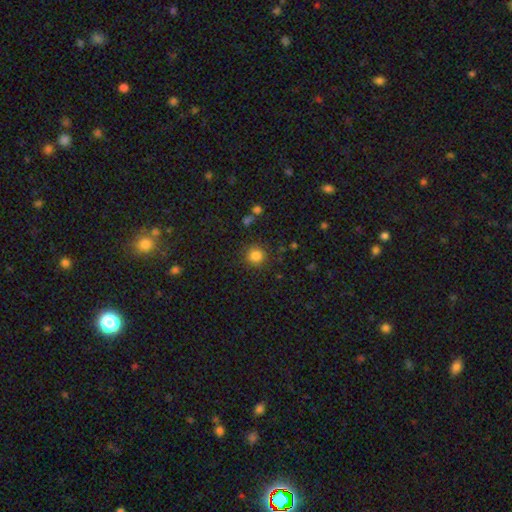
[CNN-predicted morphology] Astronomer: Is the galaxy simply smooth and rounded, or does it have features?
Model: smooth — 84%.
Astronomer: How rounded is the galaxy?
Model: round — 92%.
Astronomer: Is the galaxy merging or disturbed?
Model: none — 87%.